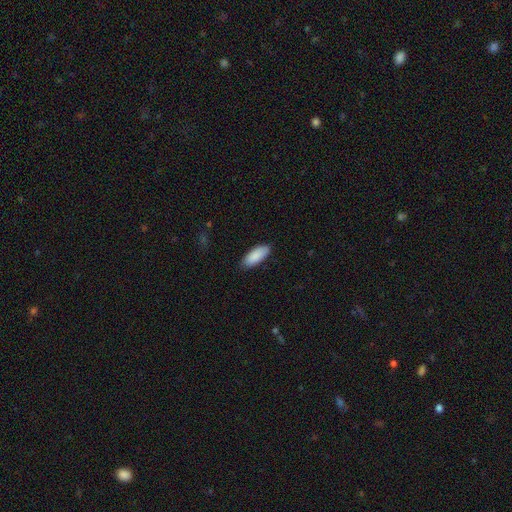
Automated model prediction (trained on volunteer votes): Smooth or featured? smooth (90%)
How rounded? in between (81%)
Merging? none (87%)